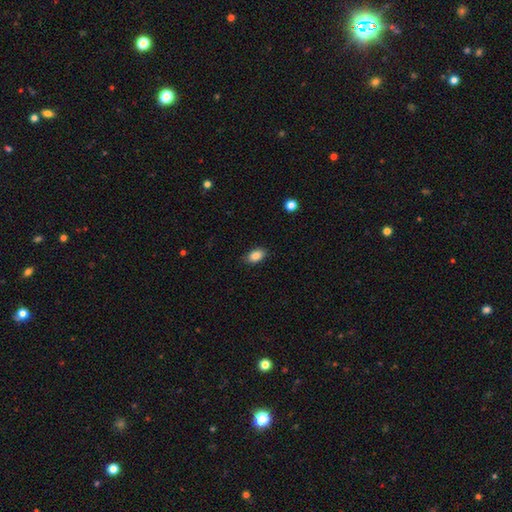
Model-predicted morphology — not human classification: The model was most divided on "merging": none: 86%, minor disturbance: 10%, major disturbance: 2%, merger: 1%. More confident: how rounded — in between (90%); smooth or featured — smooth (86%).